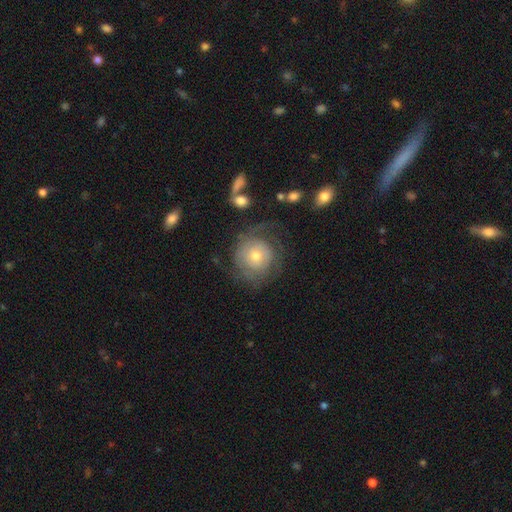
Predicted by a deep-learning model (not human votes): featured or disk 61%, smooth 31%, star or artifact 8%. Down the decision tree: edge-on disk — no (97%); bar — no (83%); spiral arms — yes (80%); bulge size — moderate (52%); merging — none (63%).